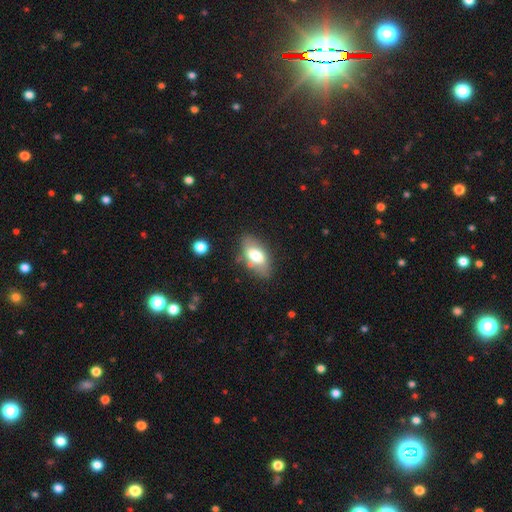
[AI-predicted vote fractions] Q: Smooth or featured?
A: smooth (67%); runner-up: featured or disk (26%)
Q: How rounded?
A: in between (90%); runner-up: cigar-shaped (6%)
Q: Merging?
A: none (69%); runner-up: minor disturbance (19%)